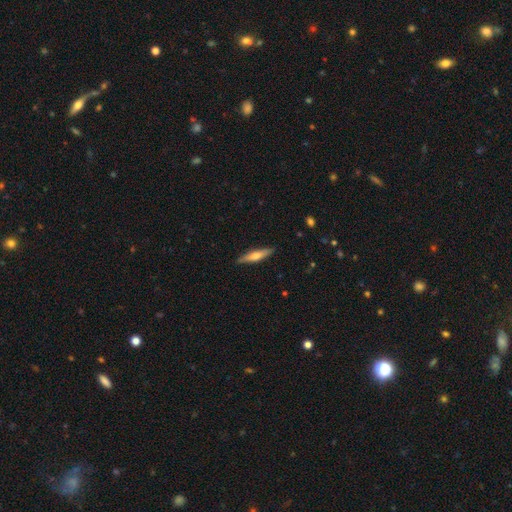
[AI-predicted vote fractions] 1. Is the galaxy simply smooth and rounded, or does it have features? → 52% smooth, 43% featured or disk, 6% star or artifact.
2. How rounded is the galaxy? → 84% cigar-shaped, 14% in between, 2% round.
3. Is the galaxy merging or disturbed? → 88% none, 9% minor disturbance, 2% major disturbance, 1% merger.